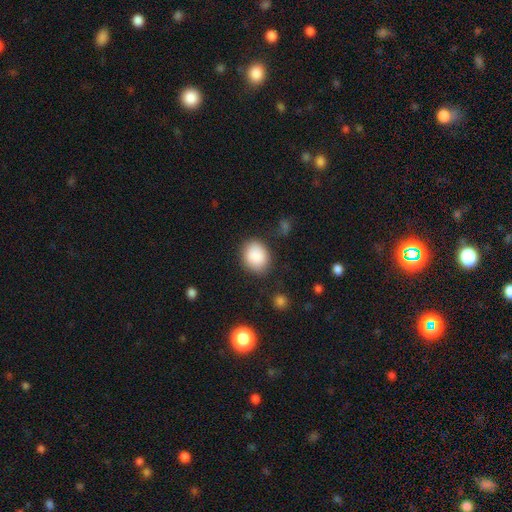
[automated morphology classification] Smooth or featured: smooth — 88% (star or artifact — 8%)
How rounded: round — 50% (in between — 49%)
Merging: none — 80% (minor disturbance — 13%)